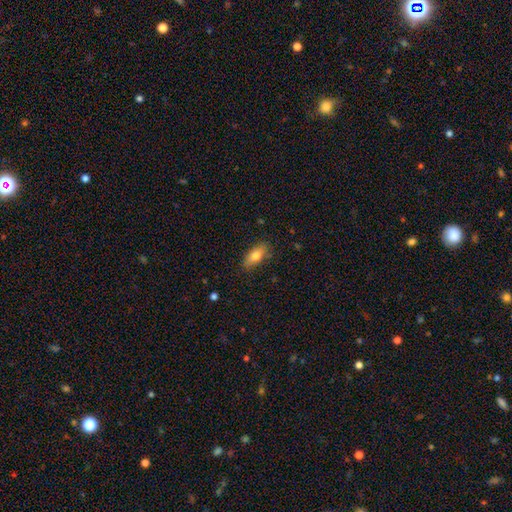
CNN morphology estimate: This appears to be a smooth galaxy with no disk features (73%) that is in between round and cigar-shaped (76%). Merging: none (82%).